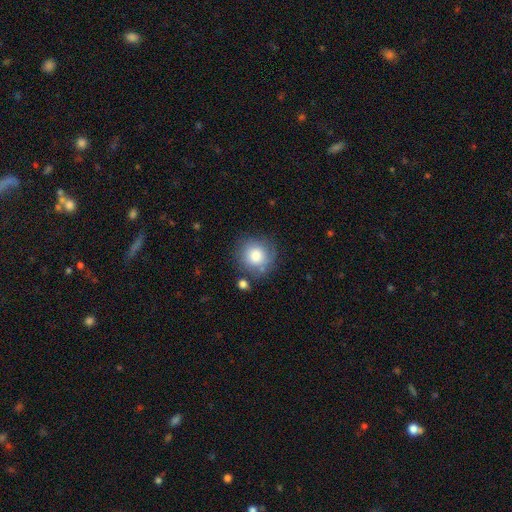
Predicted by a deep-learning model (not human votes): Overall: smooth (79%). How rounded: round (91%). Merging: none (74%).